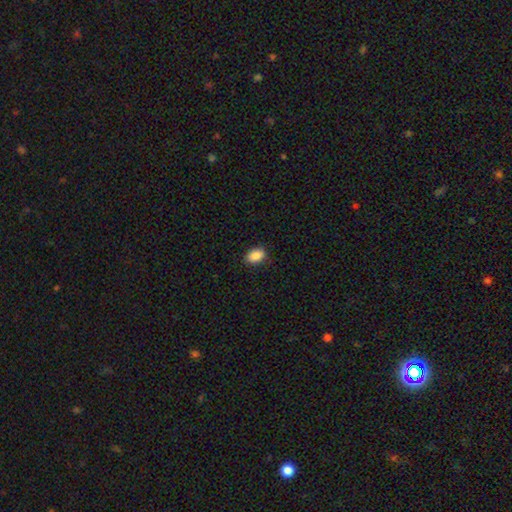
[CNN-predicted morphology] The model was most divided on "how rounded": in between: 87%, round: 12%, cigar-shaped: 2%. More confident: smooth or featured — smooth (88%); merging — none (87%).